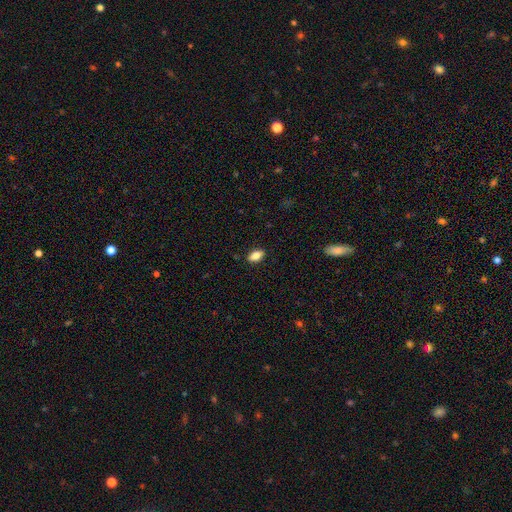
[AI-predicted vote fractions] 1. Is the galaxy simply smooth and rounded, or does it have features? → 81% smooth, 11% featured or disk, 8% star or artifact.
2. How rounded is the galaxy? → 88% in between, 8% cigar-shaped, 5% round.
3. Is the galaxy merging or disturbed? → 87% none, 10% minor disturbance, 2% major disturbance, 1% merger.